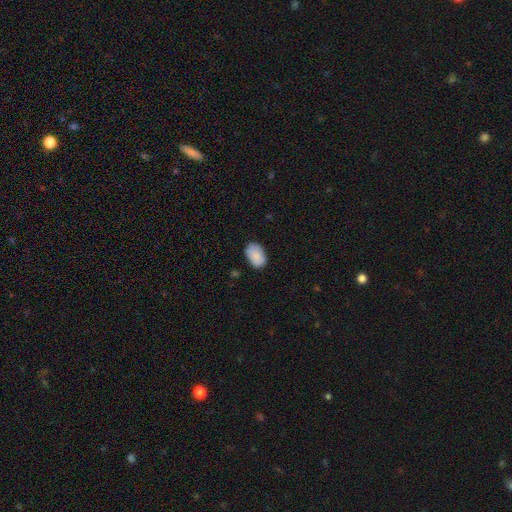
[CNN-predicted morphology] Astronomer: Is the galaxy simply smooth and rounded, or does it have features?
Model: smooth — 87%.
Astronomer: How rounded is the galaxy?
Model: in between — 90%.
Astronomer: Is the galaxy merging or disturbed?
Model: none — 79%.